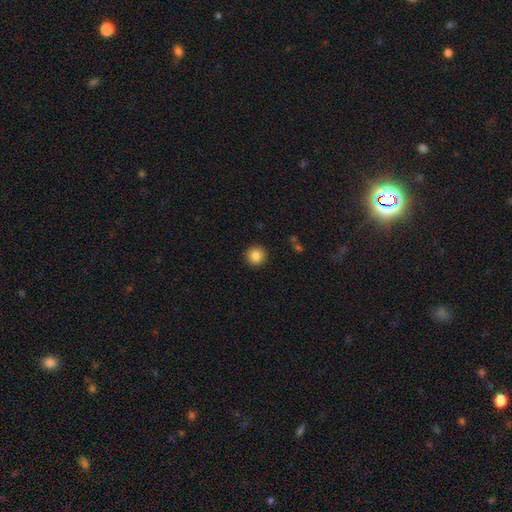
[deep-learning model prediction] smooth_or_featured: smooth (p=0.86) [alt: star or artifact p=0.10]
how_rounded: round (p=0.94) [alt: in between p=0.05]
merging: none (p=0.92) [alt: minor disturbance p=0.05]